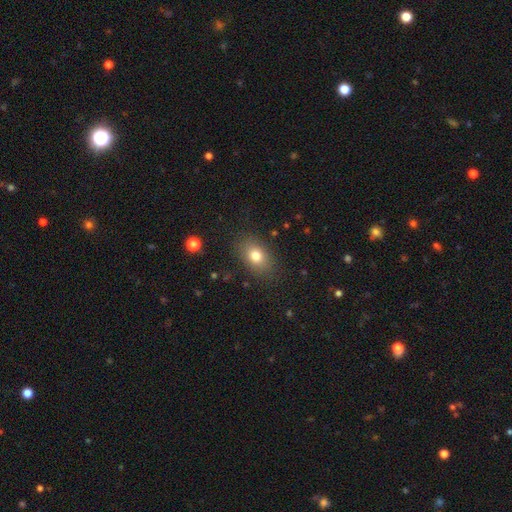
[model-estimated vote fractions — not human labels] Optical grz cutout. It shows a smooth galaxy with no disk features (78%) that is in between round and cigar-shaped (77%). Merging: none (84%).